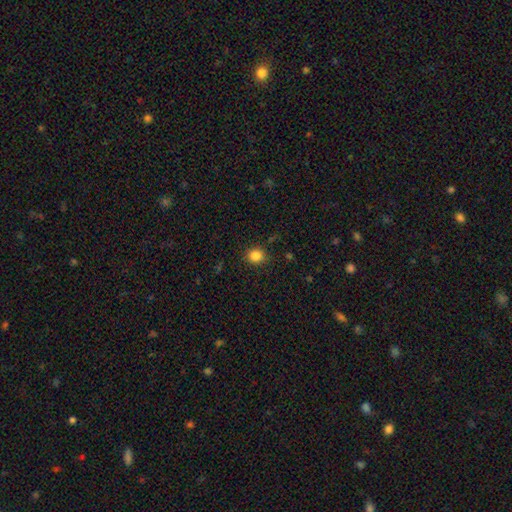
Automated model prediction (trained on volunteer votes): The model was most divided on "how rounded": round: 76%, in between: 23%, cigar-shaped: 1%. More confident: merging — none (88%); smooth or featured — smooth (85%).